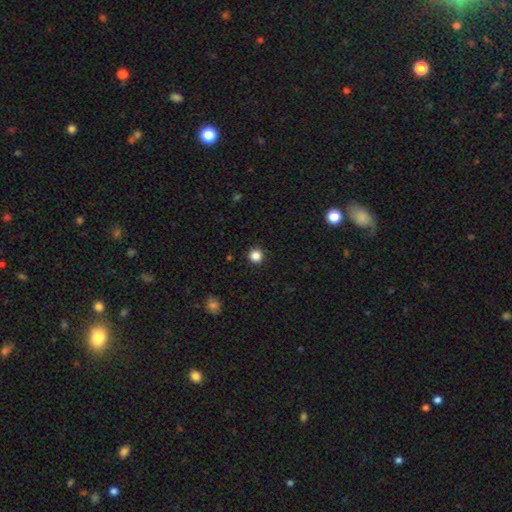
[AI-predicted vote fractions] Overall: smooth (85%). How rounded: round (96%). Merging: none (93%).